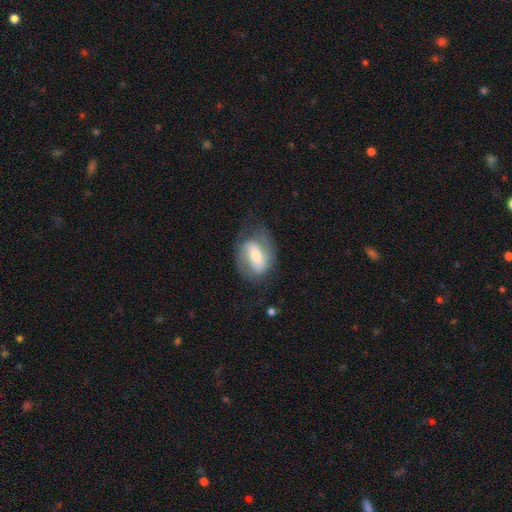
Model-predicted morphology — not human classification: This is likely a featured or disk galaxy (70%). It is clearly not viewed edge-on (95%). Bar: marginally strong (42%). Spiral arm pattern: clearly yes (84%). Spiral arm count: likely 2 (79%). Spiral winding: marginally medium (44%). Central bulge: possibly moderate (53%). Merging: likely none (66%).